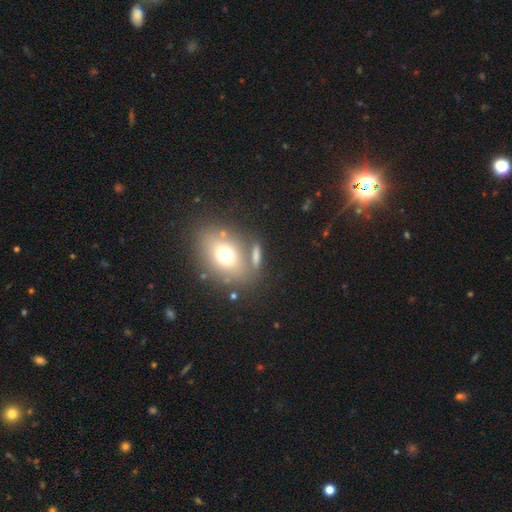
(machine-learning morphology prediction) Overall: smooth (63%). How rounded: in between (66%; round 29%). Merging: none (69%).